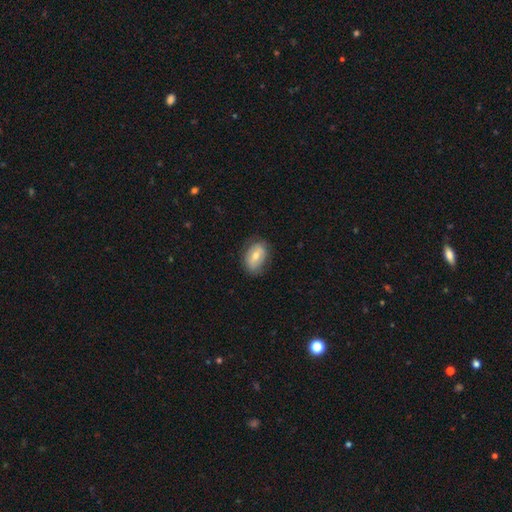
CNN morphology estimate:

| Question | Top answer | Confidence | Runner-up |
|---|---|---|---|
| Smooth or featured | smooth | 59% | featured or disk (34%) |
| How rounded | in between | 86% | round (13%) |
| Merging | none | 76% | minor disturbance (18%) |